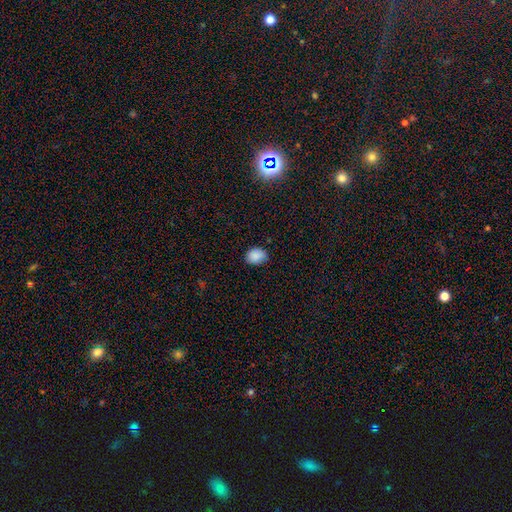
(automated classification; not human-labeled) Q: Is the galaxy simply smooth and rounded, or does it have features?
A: smooth — 88%.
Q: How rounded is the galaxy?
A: in between — 57%.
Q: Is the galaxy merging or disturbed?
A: none — 77%.